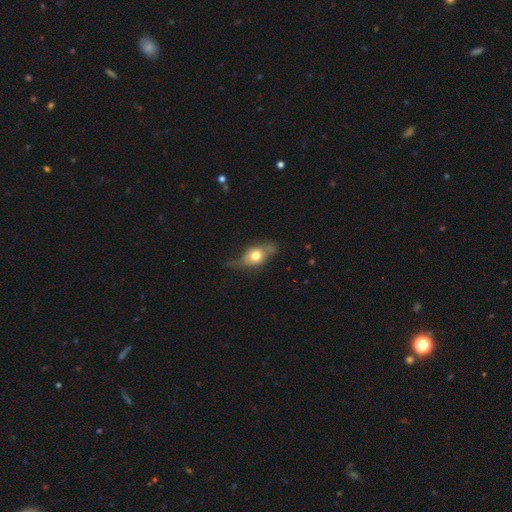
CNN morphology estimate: smooth 54%, featured or disk 38%, star or artifact 8%. Down the decision tree: how rounded — in between (66%); merging — none (48%).